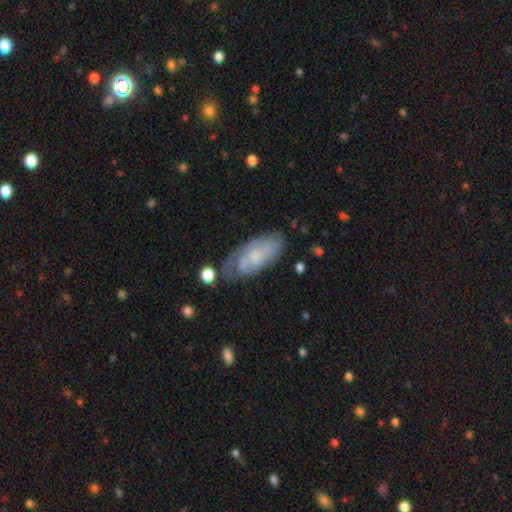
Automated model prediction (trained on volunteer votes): smooth-or-featured: featured or disk: 58% | smooth: 35% | star or artifact: 7%
  disk-edge-on: no: 91% | yes: 9%
    bar: no: 70% | weak: 26% | strong: 4%
    has-spiral-arms: yes: 82% | no: 18%
    bulge-size: small: 51% | moderate: 27% | none: 17% | large: 3% | dominant: 1%
  merging: none: 63% | minor disturbance: 24% | major disturbance: 9% | merger: 3%